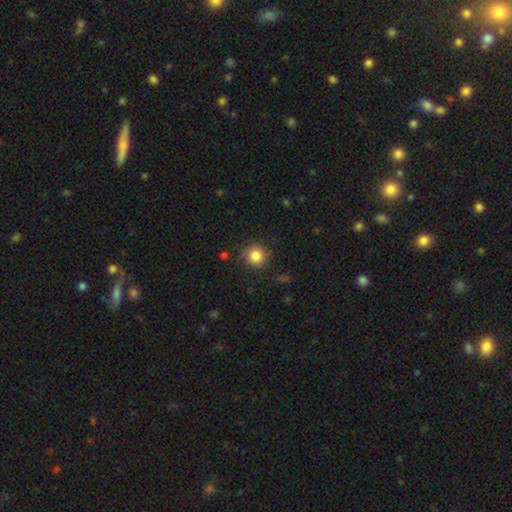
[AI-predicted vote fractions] Smooth or featured? Predicted: smooth (p=0.84). How rounded? Predicted: round (p=0.93). Merging? Predicted: none (p=0.84).